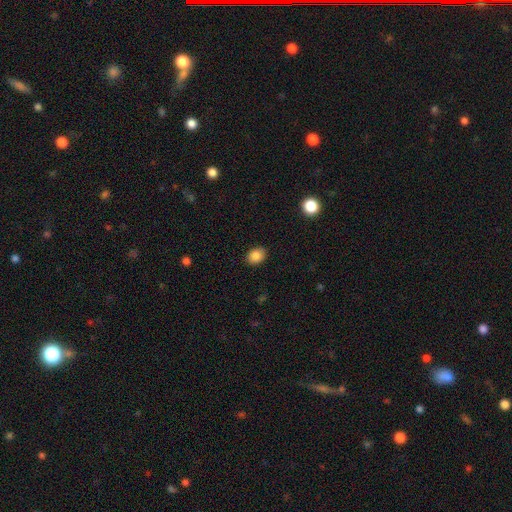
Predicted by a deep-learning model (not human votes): This appears to be a smooth galaxy with no disk features (86%) that is in between round and cigar-shaped (62%). Merging: none (89%).